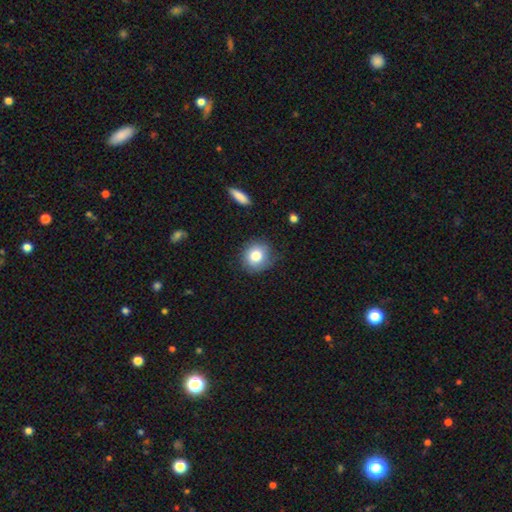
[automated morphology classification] A smooth galaxy with no disk features (80%) that is round (81%).

Vote fractions:
- Smooth or featured? smooth: 80% / featured or disk: 12% / star or artifact: 8%
- How rounded? round: 81% / in between: 18% / cigar-shaped: 1%
- Merging? none: 74% / minor disturbance: 19% / major disturbance: 5% / merger: 2%